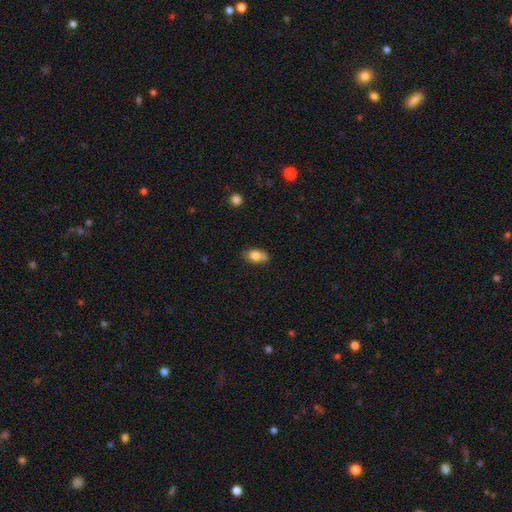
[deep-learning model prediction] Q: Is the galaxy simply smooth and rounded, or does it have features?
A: smooth — 79%.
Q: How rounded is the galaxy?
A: in between — 81%.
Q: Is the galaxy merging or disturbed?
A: none — 58%.